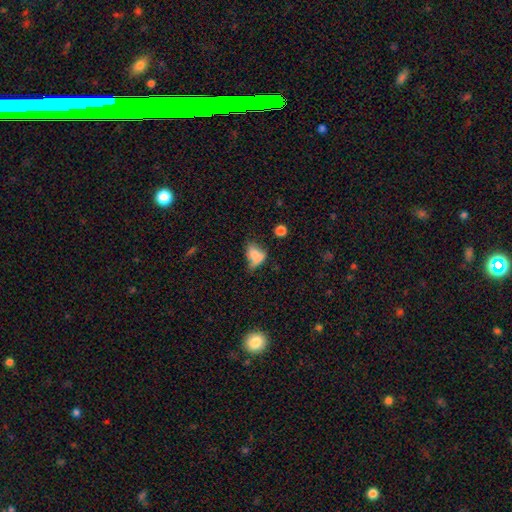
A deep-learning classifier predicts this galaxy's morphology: A smooth galaxy with no disk features (65%) that is in between round and cigar-shaped (77%).

Vote fractions:
- Smooth or featured? smooth: 65% / featured or disk: 22% / star or artifact: 13%
- How rounded? in between: 77% / round: 18% / cigar-shaped: 5%
- Merging? none: 27% / minor disturbance: 26% / major disturbance: 25% / merger: 22%